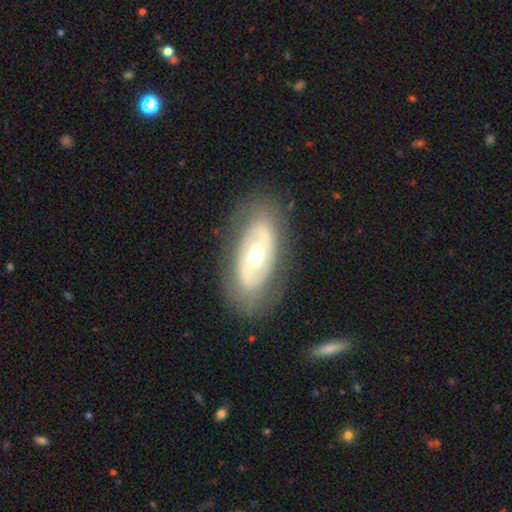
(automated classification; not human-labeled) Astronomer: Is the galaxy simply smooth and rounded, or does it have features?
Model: featured or disk — 68%.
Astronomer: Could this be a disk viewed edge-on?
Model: no — 91%.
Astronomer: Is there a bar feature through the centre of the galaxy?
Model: no — 59%.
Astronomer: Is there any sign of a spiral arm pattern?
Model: yes — 52% (runner-up: no, 48%).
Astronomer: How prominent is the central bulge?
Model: moderate — 65%.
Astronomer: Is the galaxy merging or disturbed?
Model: none — 80%.